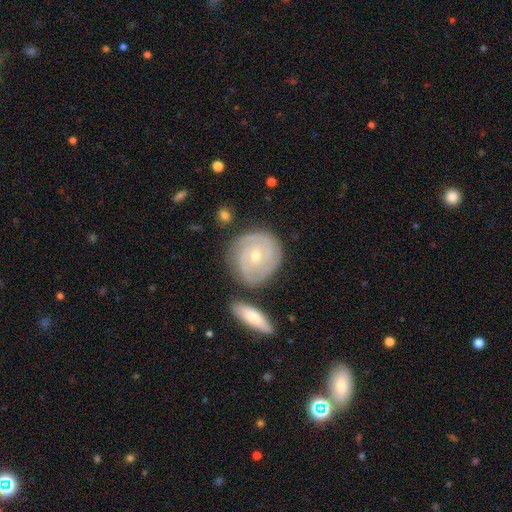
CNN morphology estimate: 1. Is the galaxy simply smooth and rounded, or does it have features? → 83% featured or disk, 12% smooth, 5% star or artifact.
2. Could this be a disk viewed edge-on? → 96% no, 4% yes.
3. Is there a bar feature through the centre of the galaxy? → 68% no, 26% weak, 6% strong.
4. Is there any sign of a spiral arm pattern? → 94% yes, 6% no.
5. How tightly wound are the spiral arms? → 81% tight, 16% medium, 4% loose.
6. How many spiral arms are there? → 39% 2, 25% can't tell, 21% 3, 6% 4, 5% 1, 4% more than 4.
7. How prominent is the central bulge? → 53% small, 44% moderate, 1% large, 1% none, 1% dominant.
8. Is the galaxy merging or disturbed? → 75% none, 15% minor disturbance, 6% merger, 4% major disturbance.